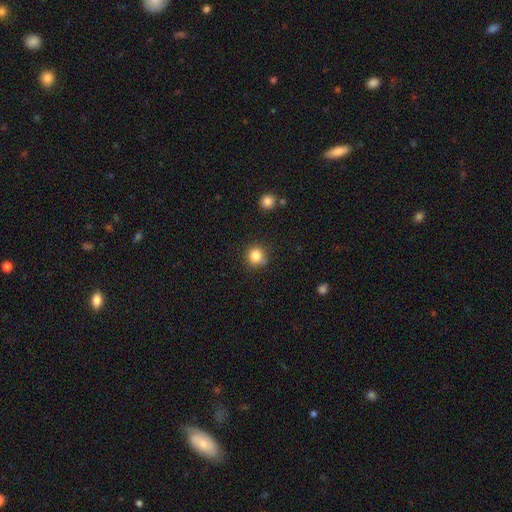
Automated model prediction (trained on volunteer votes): Overall: smooth (84%). How rounded: round (92%). Merging: none (84%).